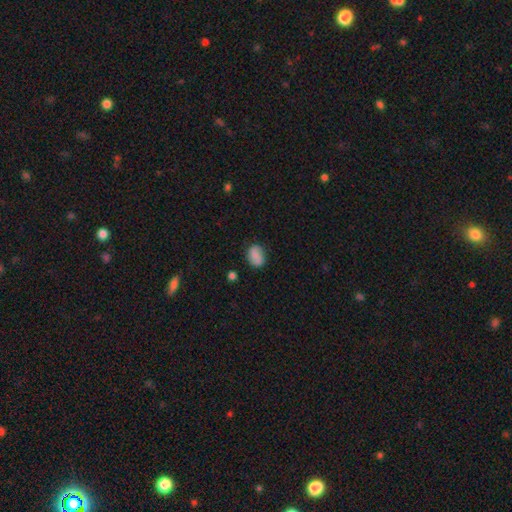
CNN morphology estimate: Overall: smooth (74%). How rounded: in between (73%). Merging: none (72%).